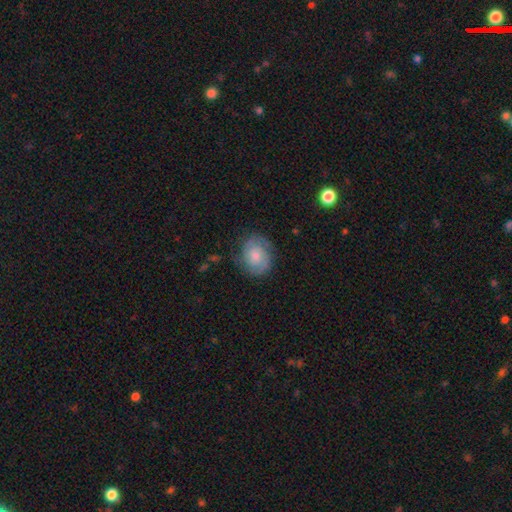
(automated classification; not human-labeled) Morphology: type=featured or disk (50%); merging=none (71%).